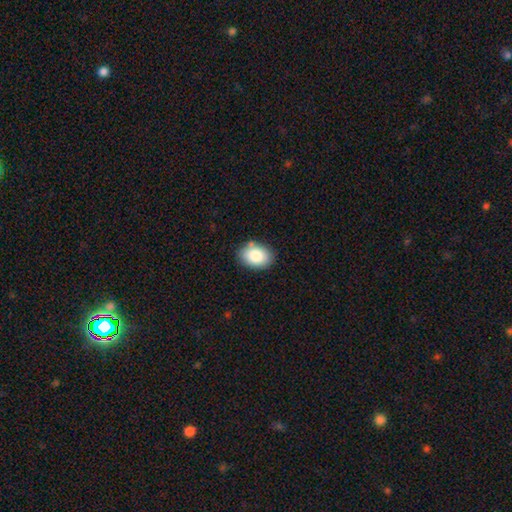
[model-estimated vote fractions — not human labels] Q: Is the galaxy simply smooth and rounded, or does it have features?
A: smooth — 85%.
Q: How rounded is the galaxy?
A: in between — 81%.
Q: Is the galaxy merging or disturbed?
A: none — 83%.